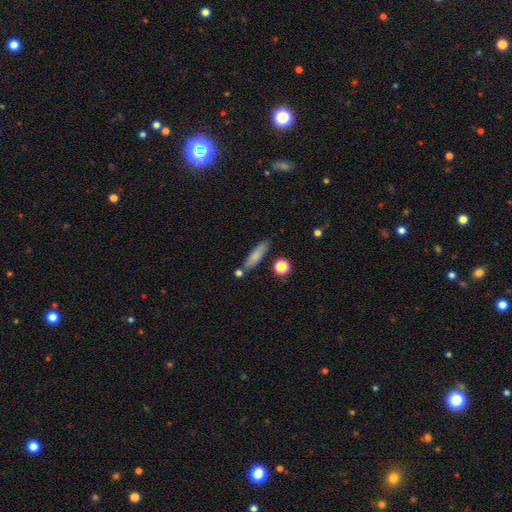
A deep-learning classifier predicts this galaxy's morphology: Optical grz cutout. It shows a smooth galaxy with no disk features (76%) that is cigar-shaped (77%). Merging: none (76%).